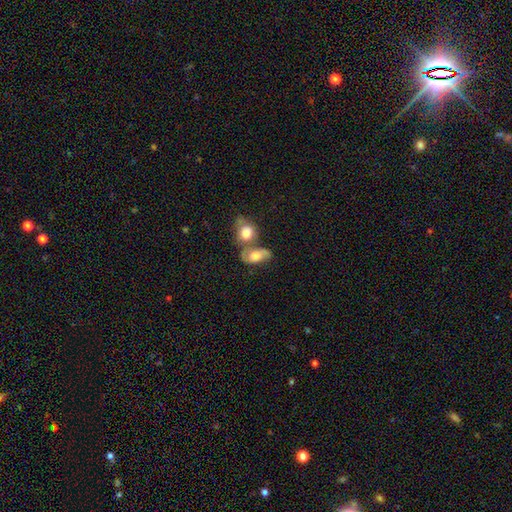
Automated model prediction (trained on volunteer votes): smooth 60%, featured or disk 32%, star or artifact 8%. Down the decision tree: how rounded — in between (81%); merging — merger (46%).